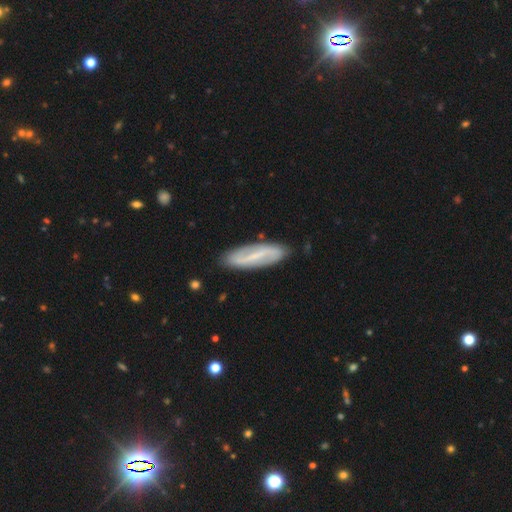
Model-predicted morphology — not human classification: Smooth or featured? featured or disk (66%)
Edge-on disk? no (82%)
Bar? strong (46%)
Spiral arms? yes (81%)
Bulge size? small (61%)
Merging? none (86%)